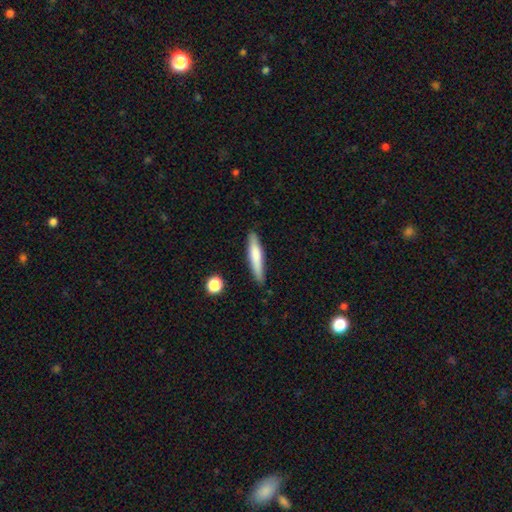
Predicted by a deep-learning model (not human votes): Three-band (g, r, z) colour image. It shows a smooth galaxy with no disk features (70%) that is cigar-shaped (88%). Merging: none (85%).